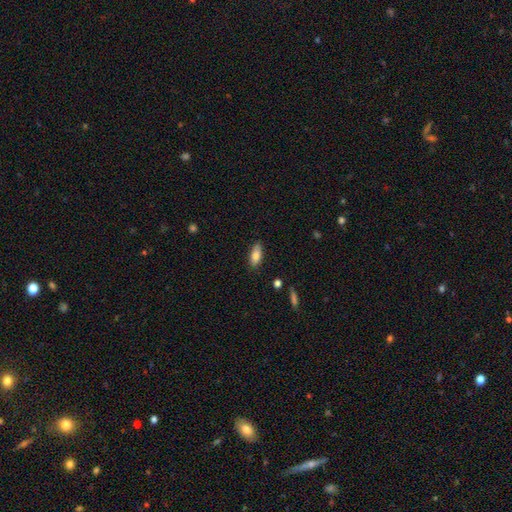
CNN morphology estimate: A smooth galaxy with no disk features (81%) that is in between round and cigar-shaped (83%).

Vote fractions:
- Smooth or featured? smooth: 81% / featured or disk: 12% / star or artifact: 7%
- How rounded? in between: 83% / cigar-shaped: 15% / round: 2%
- Merging? none: 84% / minor disturbance: 12% / major disturbance: 2% / merger: 1%